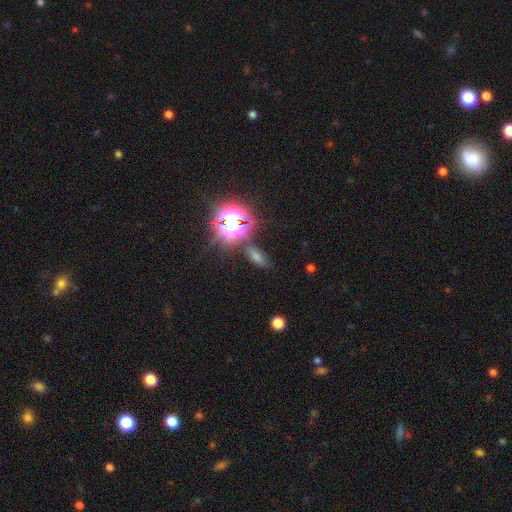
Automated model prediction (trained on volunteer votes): Q: Smooth or featured?
A: star or artifact (45%); runner-up: smooth (40%)